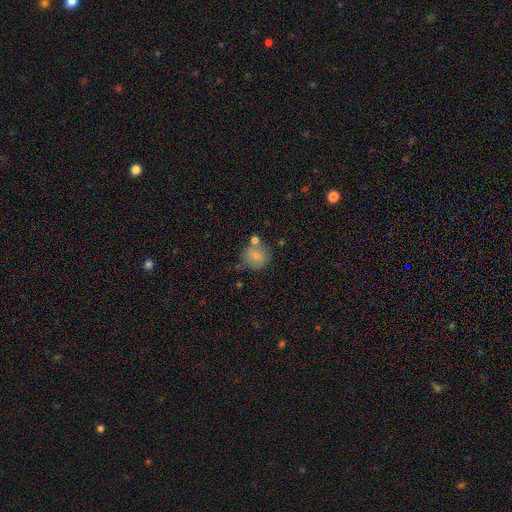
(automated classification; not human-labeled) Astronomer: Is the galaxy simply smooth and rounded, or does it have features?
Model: smooth — 77%.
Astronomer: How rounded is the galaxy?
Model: round — 84%.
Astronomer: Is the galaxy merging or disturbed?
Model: none — 59%.